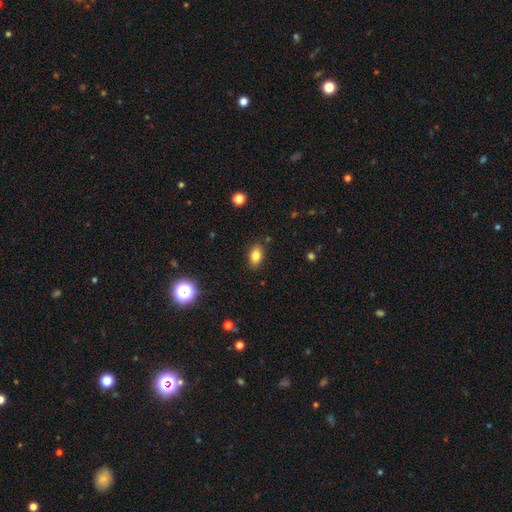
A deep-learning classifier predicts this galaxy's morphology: Smooth or featured? Predicted: smooth (p=0.83). How rounded? Predicted: in between (p=0.88). Merging? Predicted: none (p=0.86).